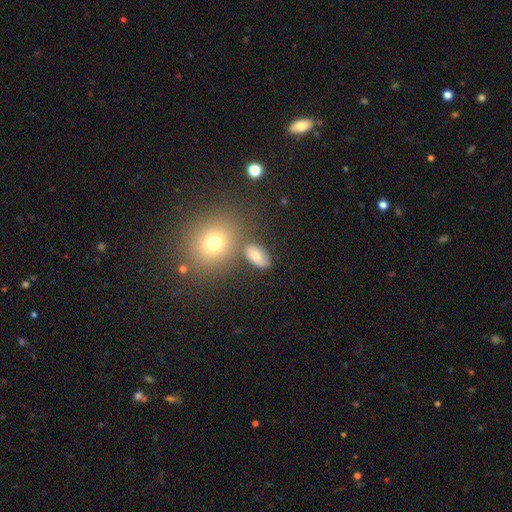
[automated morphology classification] This is likely a smooth galaxy (73%). How rounded: clearly in between (83%). Merging: likely none (73%).